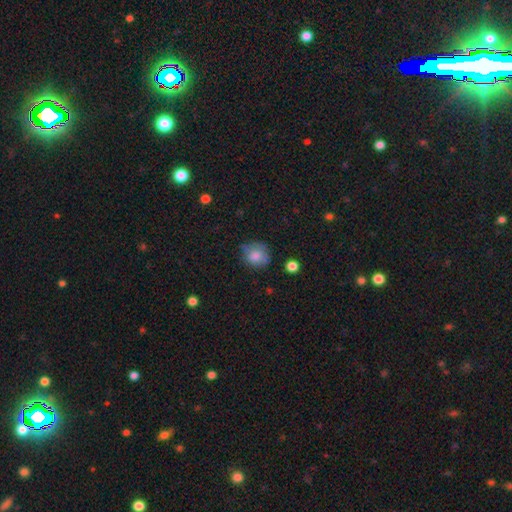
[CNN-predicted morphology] Smooth or featured: smooth — 79% (featured or disk — 12%)
How rounded: round — 82% (in between — 17%)
Merging: none — 60% (minor disturbance — 28%)